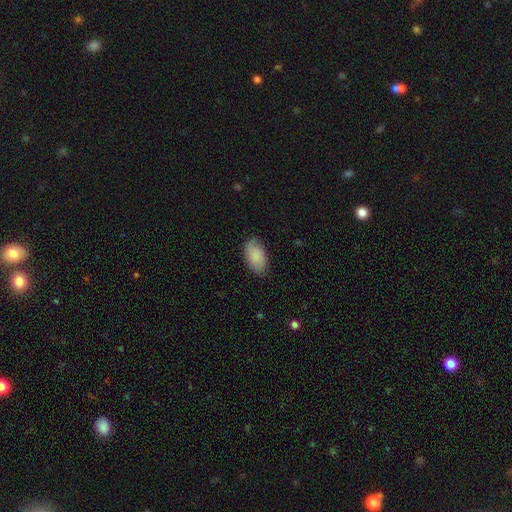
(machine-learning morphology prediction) This is clearly a smooth galaxy (83%). How rounded: clearly in between (94%). Merging: likely none (78%).